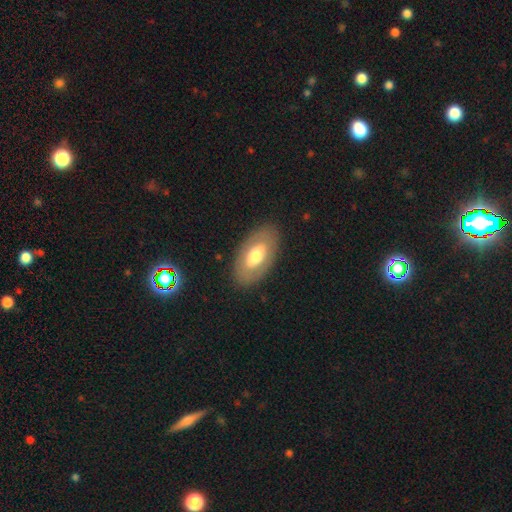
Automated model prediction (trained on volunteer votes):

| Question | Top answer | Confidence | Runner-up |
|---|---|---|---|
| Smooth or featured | smooth | 55% | featured or disk (39%) |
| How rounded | in between | 93% | round (5%) |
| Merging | none | 85% | minor disturbance (10%) |